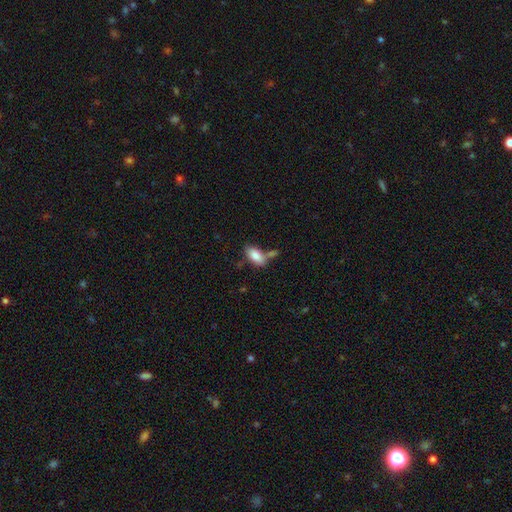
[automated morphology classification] smooth 82%, featured or disk 11%, star or artifact 7%. Down the decision tree: how rounded — in between (91%); merging — none (54%).